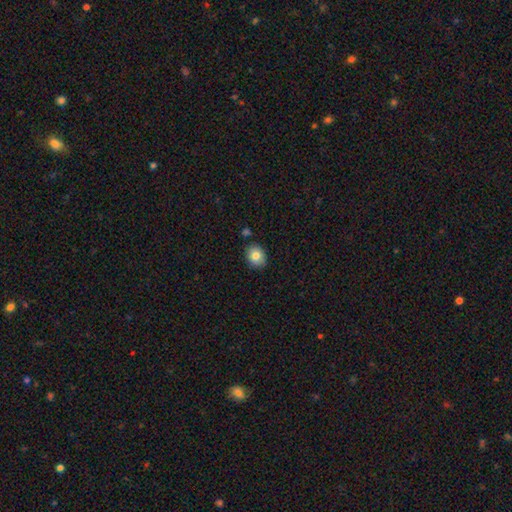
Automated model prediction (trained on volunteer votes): The model was most divided on "how rounded": round: 55%, in between: 45%, cigar-shaped: 1%. More confident: merging — none (86%); smooth or featured — smooth (82%).